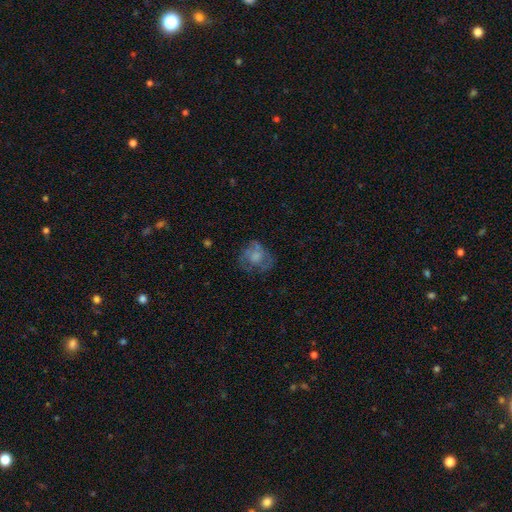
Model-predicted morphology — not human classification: Smooth or featured: smooth — 47% (featured or disk — 43%)
Merging: none — 52% (minor disturbance — 23%)